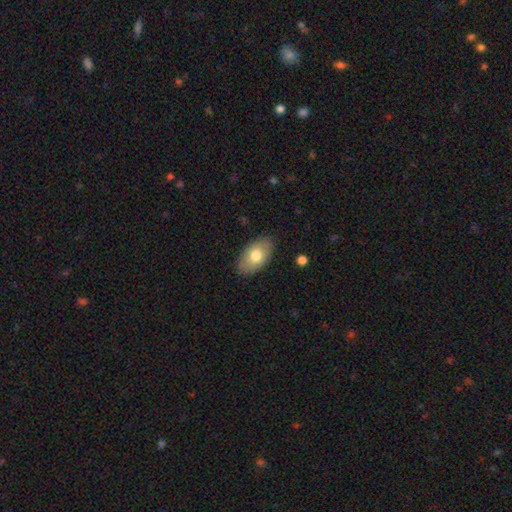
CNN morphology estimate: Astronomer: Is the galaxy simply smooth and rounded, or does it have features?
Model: smooth — 73%.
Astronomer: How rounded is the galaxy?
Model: in between — 93%.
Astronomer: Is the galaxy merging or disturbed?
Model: none — 85%.